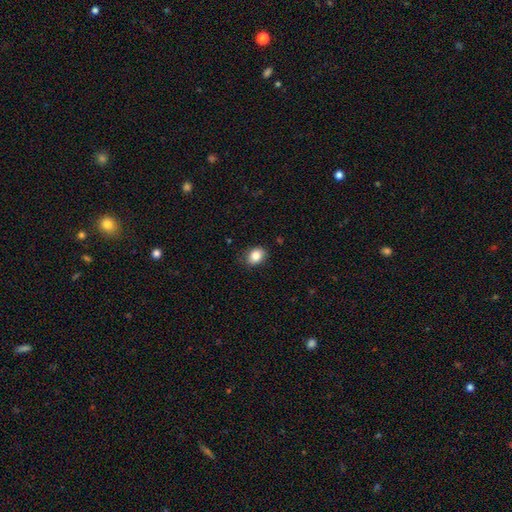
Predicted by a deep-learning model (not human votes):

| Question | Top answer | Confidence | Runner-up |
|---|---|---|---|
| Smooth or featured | smooth | 86% | star or artifact (8%) |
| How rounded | in between | 65% | round (34%) |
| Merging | none | 82% | minor disturbance (14%) |